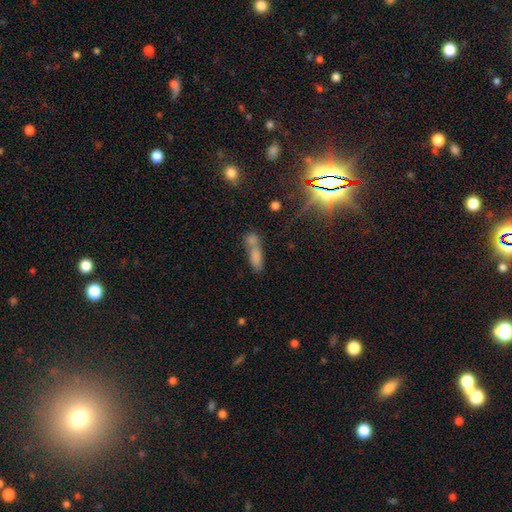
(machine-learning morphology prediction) The model was most divided on "merging": merger: 51%, none: 32%, minor disturbance: 11%, major disturbance: 6%. More confident: smooth or featured — smooth (75%); how rounded — in between (59%).